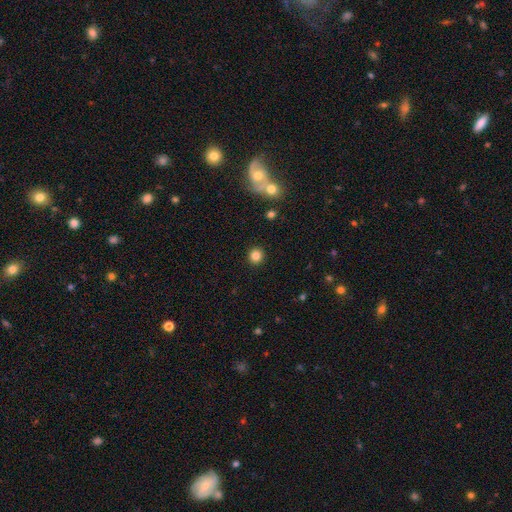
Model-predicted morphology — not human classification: This is clearly a smooth galaxy (83%). How rounded: clearly round (92%). Merging: clearly none (92%).